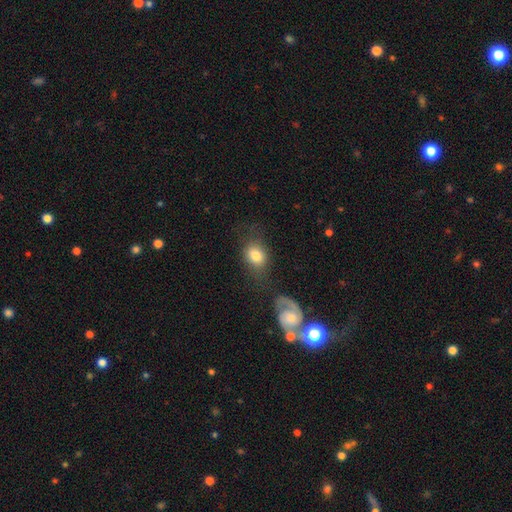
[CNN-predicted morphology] type=smooth (75%); roundness=in between (60%); merging=none (52%).